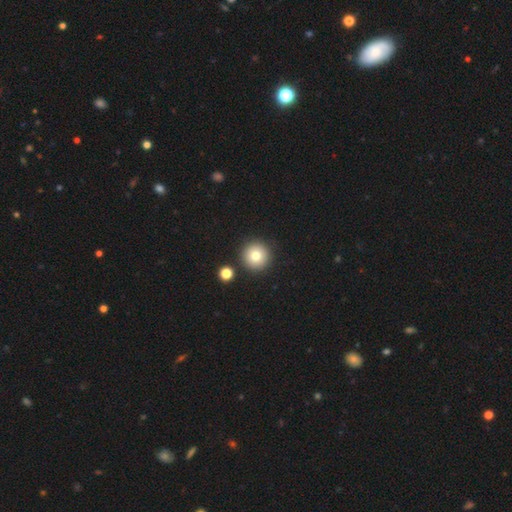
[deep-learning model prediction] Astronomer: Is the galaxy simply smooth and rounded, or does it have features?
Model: smooth — 79%.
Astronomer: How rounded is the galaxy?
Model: round — 96%.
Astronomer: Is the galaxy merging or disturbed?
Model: none — 87%.